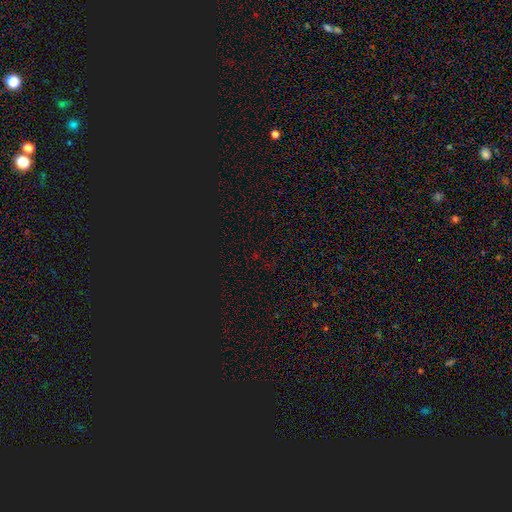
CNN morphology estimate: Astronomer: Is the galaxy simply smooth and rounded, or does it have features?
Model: star or artifact — 74%.